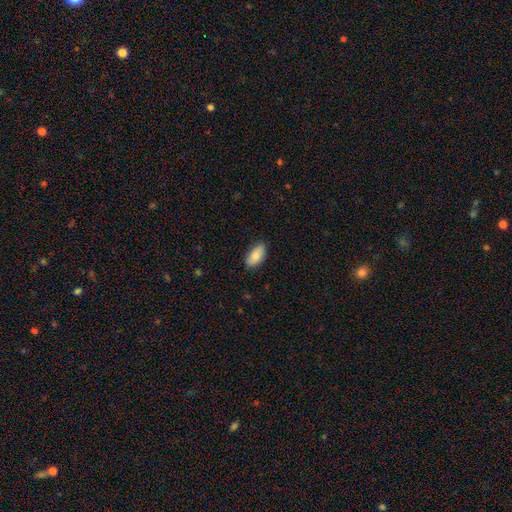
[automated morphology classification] smooth-or-featured: smooth: 82% | featured or disk: 11% | star or artifact: 6%
  how-rounded: in between: 93% | cigar-shaped: 5% | round: 3%
  merging: none: 79% | minor disturbance: 17% | major disturbance: 3% | merger: 1%